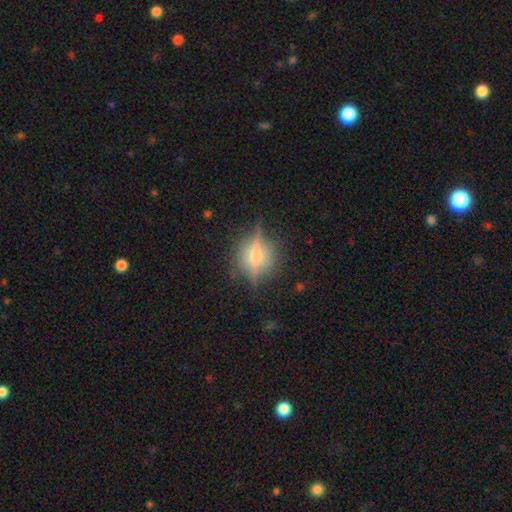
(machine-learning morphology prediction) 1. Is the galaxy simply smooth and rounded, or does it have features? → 58% featured or disk, 28% smooth, 14% star or artifact.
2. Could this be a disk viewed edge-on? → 83% yes, 17% no.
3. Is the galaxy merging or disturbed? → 76% none, 16% minor disturbance, 6% major disturbance, 2% merger.